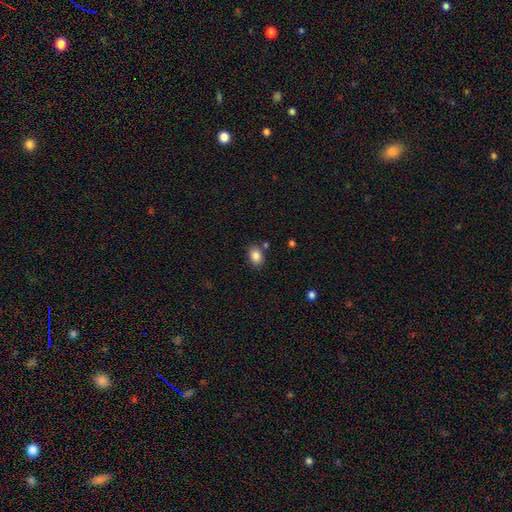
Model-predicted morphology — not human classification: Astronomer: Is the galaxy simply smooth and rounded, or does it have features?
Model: smooth — 86%.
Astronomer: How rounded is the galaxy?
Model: in between — 72%.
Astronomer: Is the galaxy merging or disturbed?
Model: none — 79%.